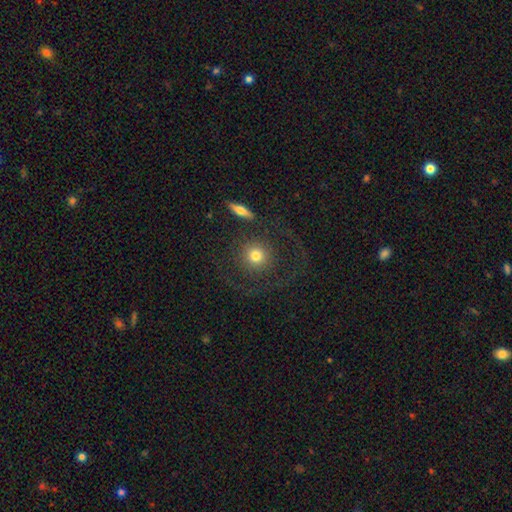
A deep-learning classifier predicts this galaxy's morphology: Smooth or featured? smooth (62%)
How rounded? round (91%)
Merging? none (68%)